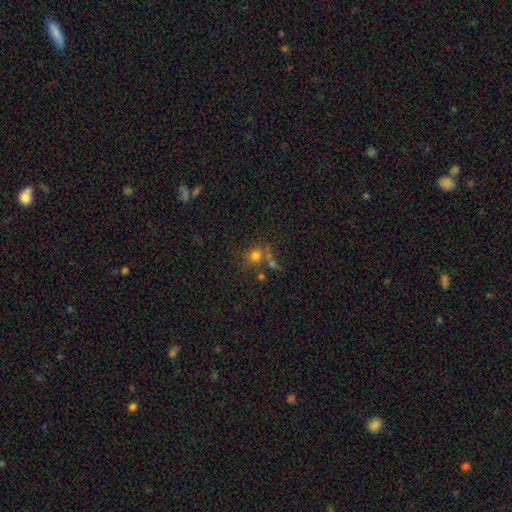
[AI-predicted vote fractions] The model was most divided on "merging": none: 56%, merger: 25%, minor disturbance: 13%, major disturbance: 7%. More confident: how rounded — round (74%); smooth or featured — smooth (72%).